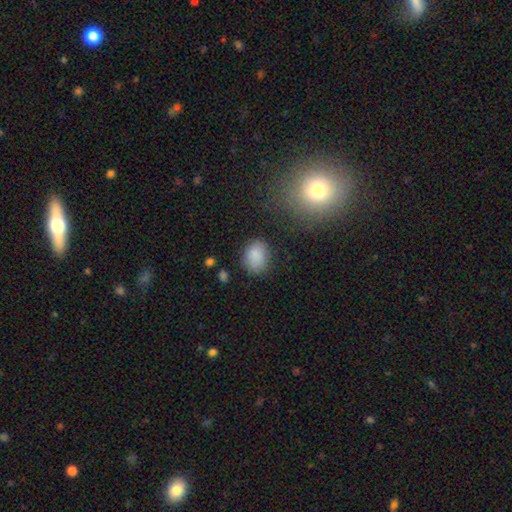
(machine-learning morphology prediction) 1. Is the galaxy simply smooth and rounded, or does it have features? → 86% smooth, 9% star or artifact, 5% featured or disk.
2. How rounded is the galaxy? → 59% in between, 40% round, 1% cigar-shaped.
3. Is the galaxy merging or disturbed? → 80% none, 14% minor disturbance, 4% major disturbance, 2% merger.